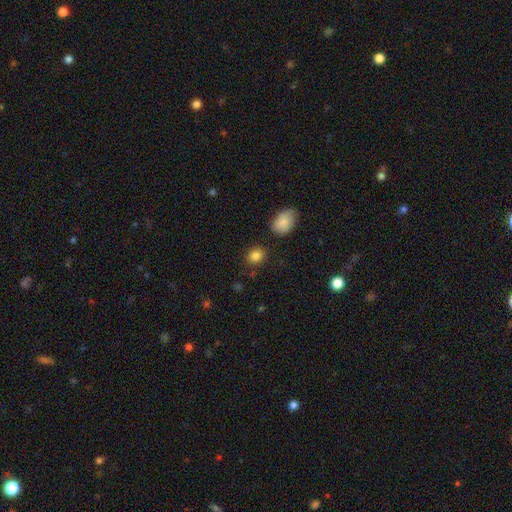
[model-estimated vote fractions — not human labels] Q: Smooth or featured?
A: smooth (85%); runner-up: star or artifact (10%)
Q: How rounded?
A: round (57%); runner-up: in between (41%)
Q: Merging?
A: none (83%); runner-up: minor disturbance (11%)